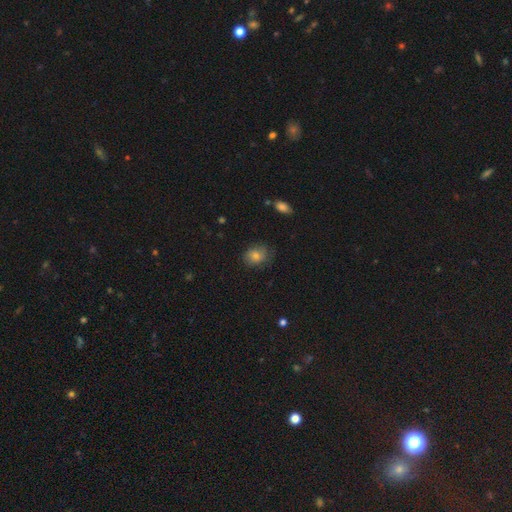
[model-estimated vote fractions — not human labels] A smooth galaxy with no disk features (66%) that is round (50%).

Vote fractions:
- Smooth or featured? smooth: 66% / featured or disk: 19% / star or artifact: 14%
- How rounded? round: 50% / in between: 49% / cigar-shaped: 1%
- Merging? none: 72% / minor disturbance: 20% / major disturbance: 6% / merger: 1%